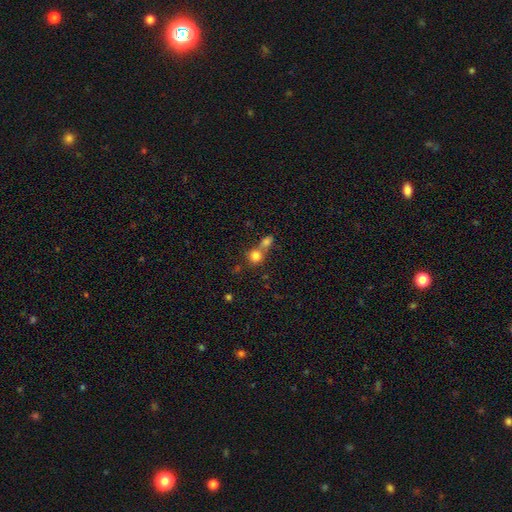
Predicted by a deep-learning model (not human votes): Smooth or featured? Predicted: smooth (p=0.79). How rounded? Predicted: round (p=0.82). Merging? Predicted: merger (p=0.53).